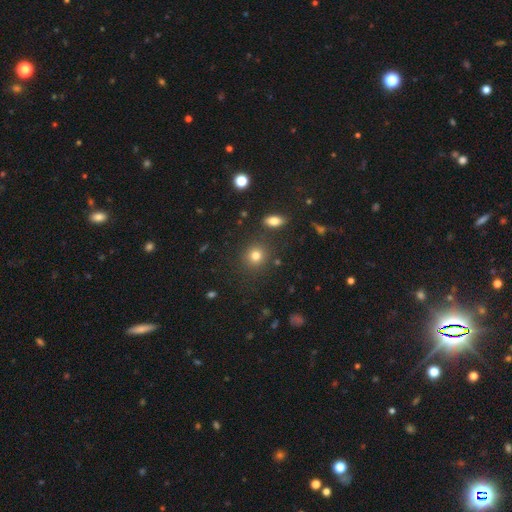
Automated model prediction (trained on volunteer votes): Smooth or featured? smooth (79%)
How rounded? round (86%)
Merging? none (85%)